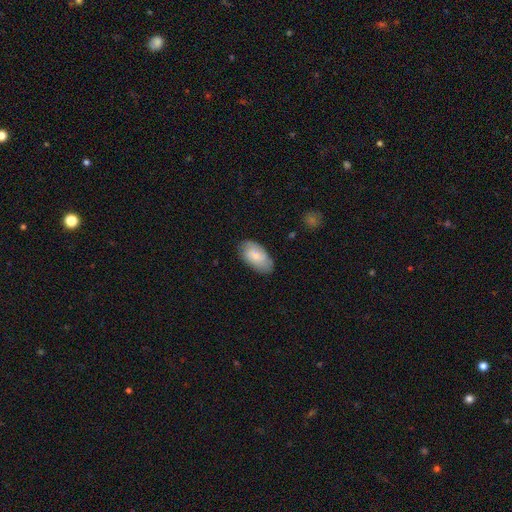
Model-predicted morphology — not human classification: Smooth or featured? Predicted: smooth (p=0.65). How rounded? Predicted: in between (p=0.94). Merging? Predicted: none (p=0.75).